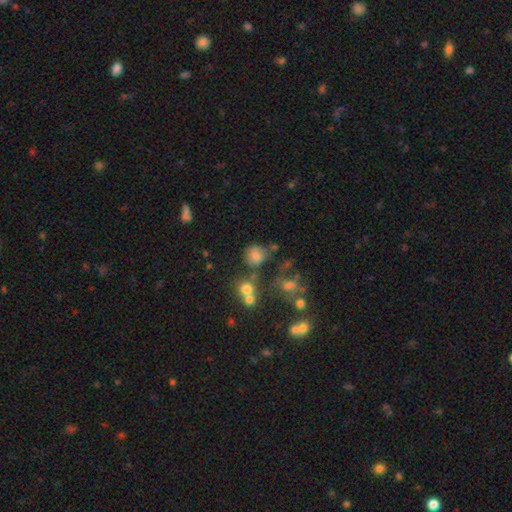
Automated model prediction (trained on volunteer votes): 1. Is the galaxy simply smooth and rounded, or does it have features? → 72% smooth, 15% star or artifact, 13% featured or disk.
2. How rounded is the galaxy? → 77% round, 22% in between, 1% cigar-shaped.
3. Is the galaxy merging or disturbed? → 59% none, 18% minor disturbance, 15% merger, 9% major disturbance.